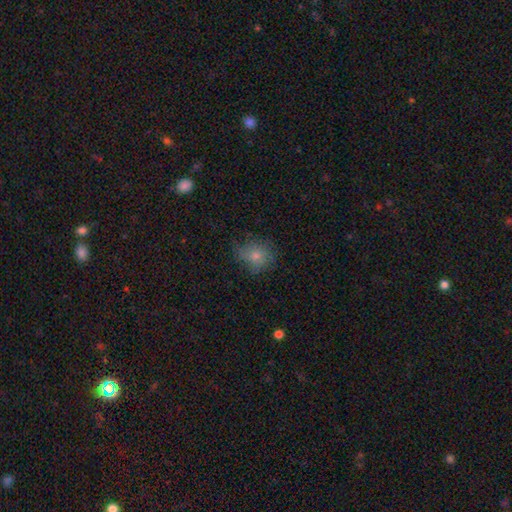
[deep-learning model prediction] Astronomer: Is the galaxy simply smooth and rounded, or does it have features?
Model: smooth — 67%.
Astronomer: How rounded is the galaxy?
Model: round — 71%.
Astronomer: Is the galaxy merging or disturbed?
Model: none — 67%.